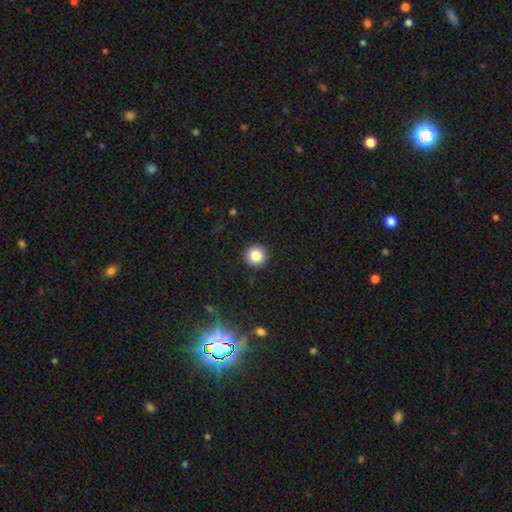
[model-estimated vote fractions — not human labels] Morphology: type=smooth (84%); roundness=round (96%); merging=none (93%).